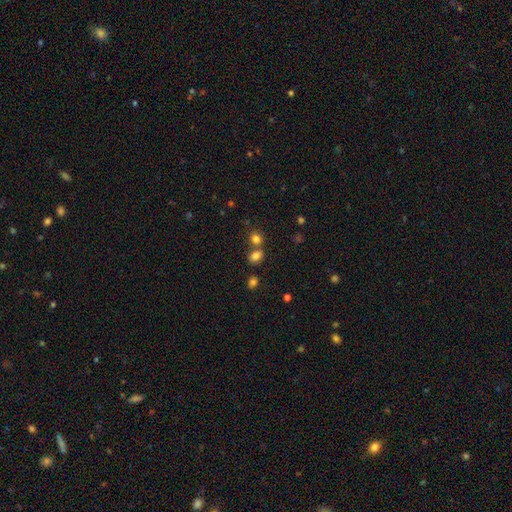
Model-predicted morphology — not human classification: Smooth or featured? smooth (79%)
How rounded? in between (58%)
Merging? none (59%)